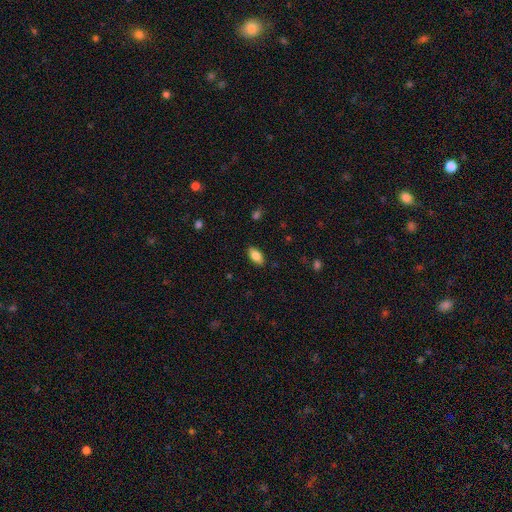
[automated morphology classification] Q: Smooth or featured?
A: smooth (83%); runner-up: featured or disk (9%)
Q: How rounded?
A: in between (90%); runner-up: cigar-shaped (6%)
Q: Merging?
A: none (87%); runner-up: minor disturbance (10%)